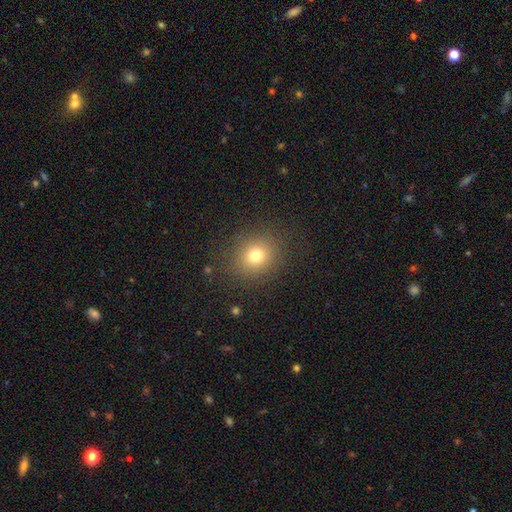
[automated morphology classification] This is likely a smooth galaxy (75%). How rounded: likely round (78%). Merging: clearly none (86%).